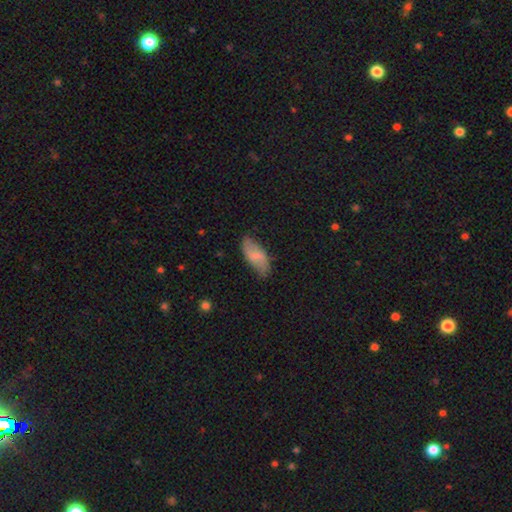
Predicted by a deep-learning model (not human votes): The model was most divided on "smooth or featured": smooth: 61%, featured or disk: 32%, star or artifact: 7%. More confident: how rounded — in between (87%); merging — none (71%).